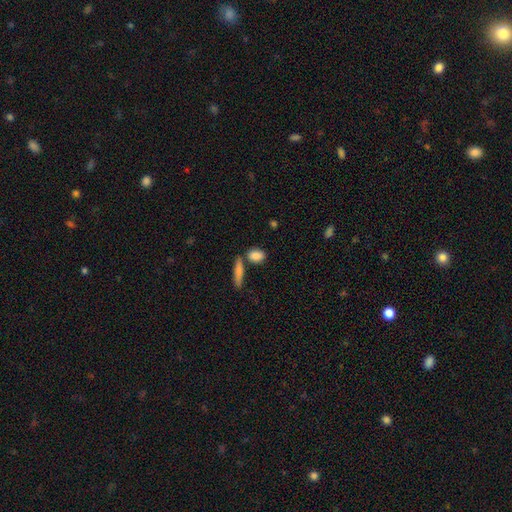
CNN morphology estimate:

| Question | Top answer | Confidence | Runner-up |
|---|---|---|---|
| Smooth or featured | smooth | 85% | featured or disk (8%) |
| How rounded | in between | 72% | round (17%) |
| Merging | none | 68% | merger (16%) |